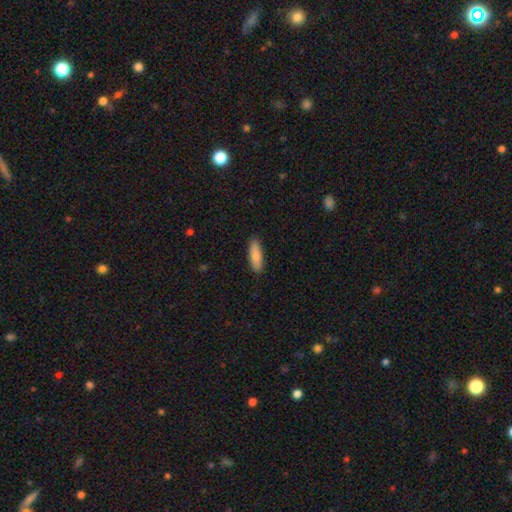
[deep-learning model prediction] This appears to be a smooth galaxy with no disk features (79%) that is cigar-shaped (52%). Merging: none (88%).